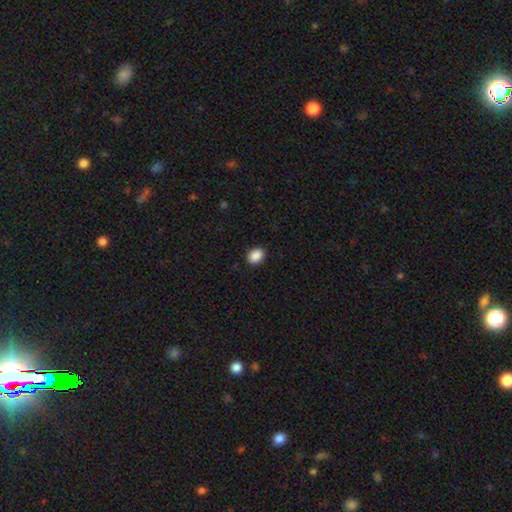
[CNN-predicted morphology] Smooth or featured? smooth (89%)
How rounded? in between (58%)
Merging? none (90%)